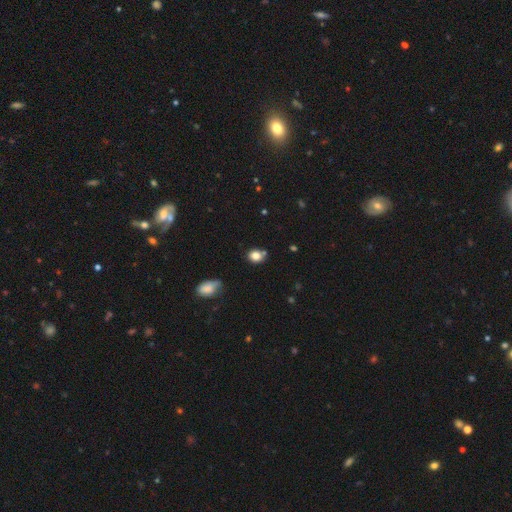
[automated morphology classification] type=smooth (82%); roundness=round (65%); merging=none (69%).